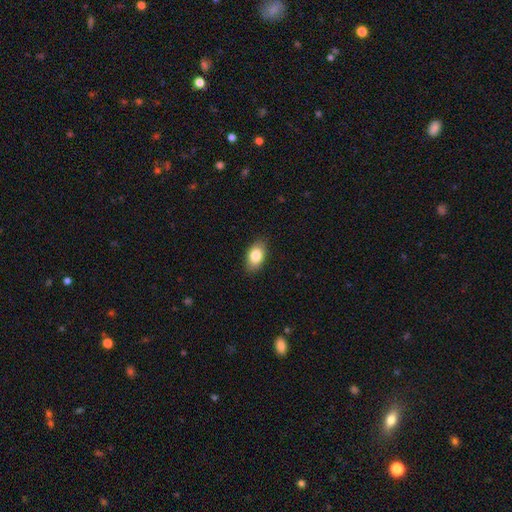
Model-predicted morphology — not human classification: smooth 84%, featured or disk 9%, star or artifact 7%. Down the decision tree: how rounded — in between (90%); merging — none (87%).